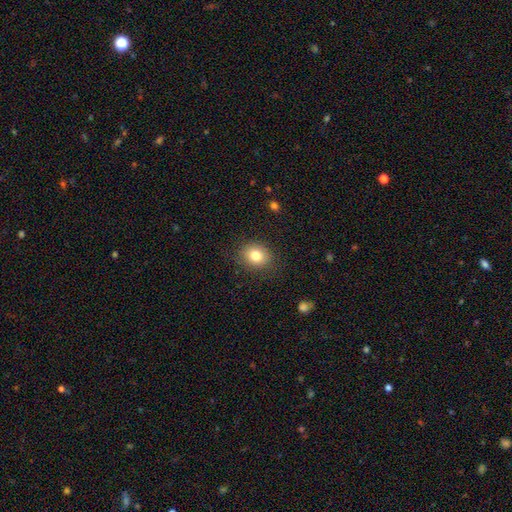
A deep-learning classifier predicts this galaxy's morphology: Smooth or featured? Predicted: smooth (p=0.80). How rounded? Predicted: round (p=0.62). Merging? Predicted: none (p=0.85).